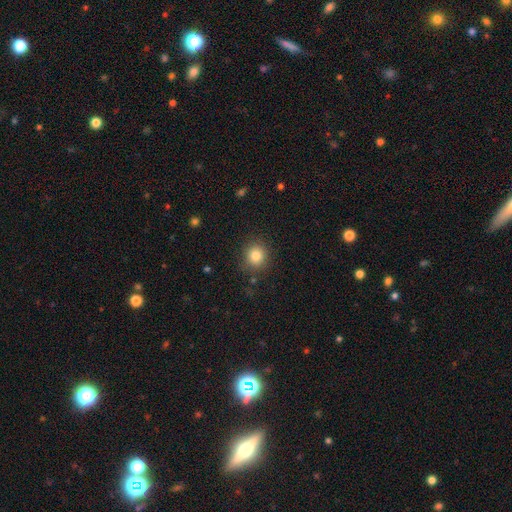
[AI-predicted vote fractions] Smooth or featured? smooth (82%)
How rounded? round (86%)
Merging? none (85%)